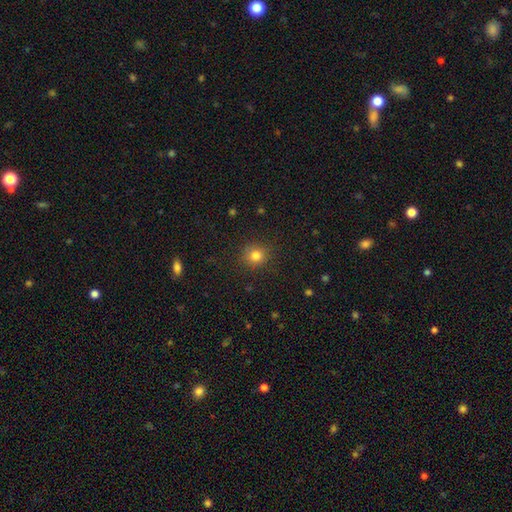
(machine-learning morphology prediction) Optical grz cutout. It shows a smooth galaxy with no disk features (81%) that is round (87%). Merging: none (89%).